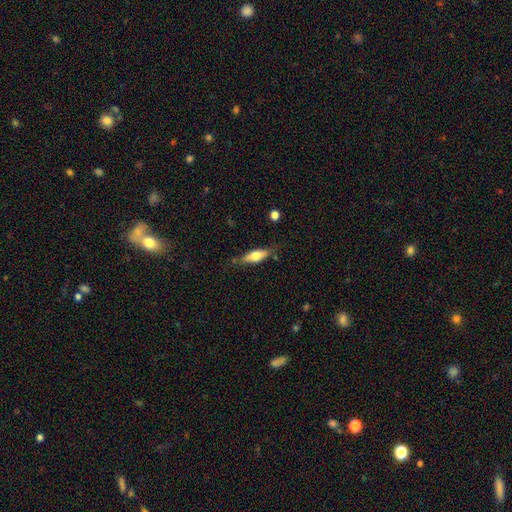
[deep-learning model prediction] A smooth galaxy with no disk features (57%) that is in between round and cigar-shaped (55%). Merging: none (73%).